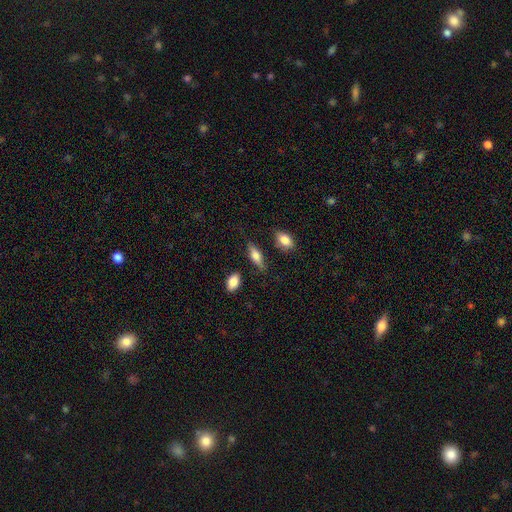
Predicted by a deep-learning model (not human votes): smooth_or_featured: smooth (p=0.62) [alt: featured or disk p=0.30]
how_rounded: in between (p=0.69) [alt: cigar-shaped p=0.27]
merging: none (p=0.73) [alt: minor disturbance p=0.18]